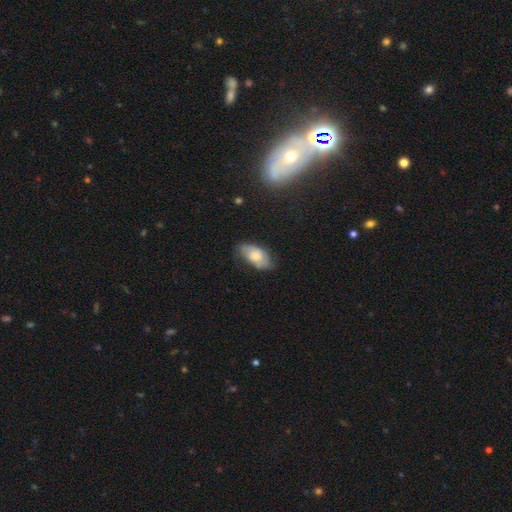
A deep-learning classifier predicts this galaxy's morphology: A smooth galaxy with no disk features (63%) that is in between round and cigar-shaped (93%). Merging: none (66%).